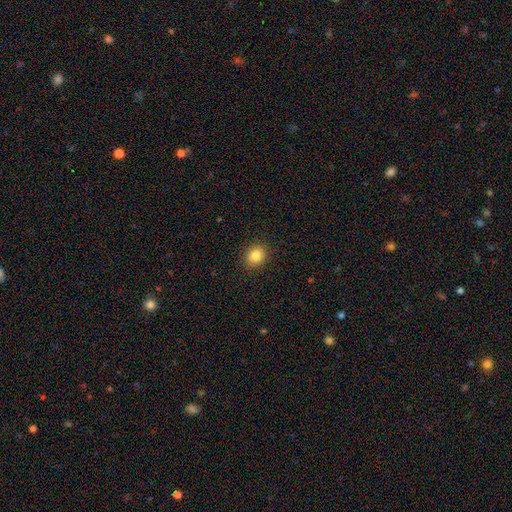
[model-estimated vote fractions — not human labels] smooth_or_featured: smooth (p=0.84) [alt: star or artifact p=0.11]
how_rounded: round (p=0.72) [alt: in between p=0.27]
merging: none (p=0.90) [alt: minor disturbance p=0.07]